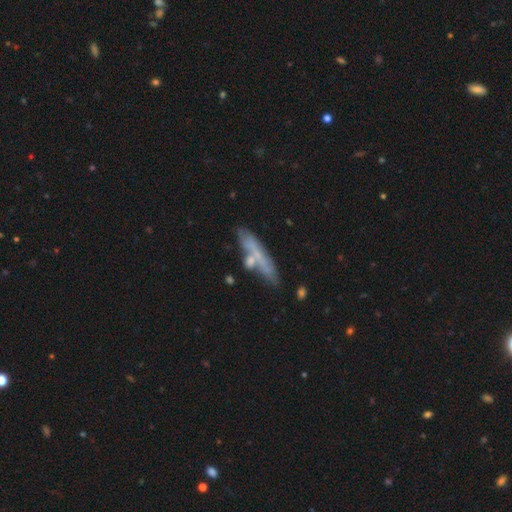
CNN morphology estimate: This appears to be a smooth galaxy with no disk features (47%). Merging: none (56%).